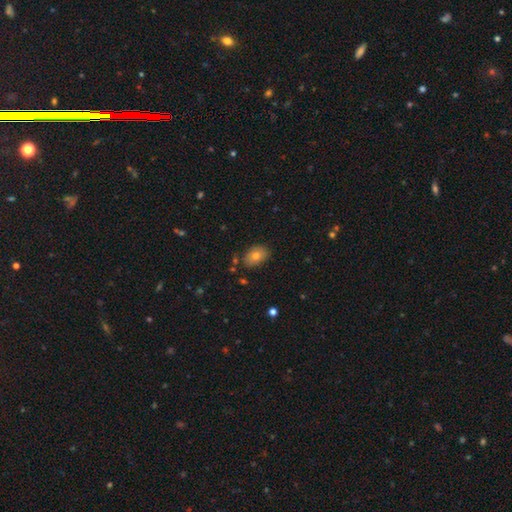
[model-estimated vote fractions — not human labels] A smooth galaxy with no disk features (77%) that is in between round and cigar-shaped (80%).

Vote fractions:
- Smooth or featured? smooth: 77% / featured or disk: 14% / star or artifact: 10%
- How rounded? in between: 80% / round: 19% / cigar-shaped: 1%
- Merging? none: 81% / minor disturbance: 14% / major disturbance: 3% / merger: 2%